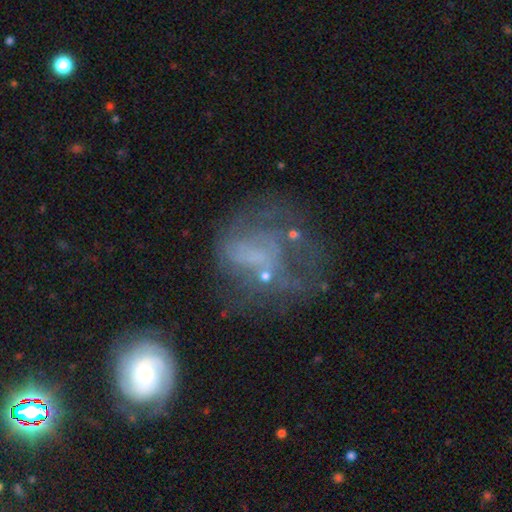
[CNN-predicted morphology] Q: Smooth or featured?
A: featured or disk (55%); runner-up: smooth (28%)
Q: Edge-on disk?
A: no (97%); runner-up: yes (3%)
Q: Bar?
A: no (74%); runner-up: weak (20%)
Q: Spiral arms?
A: no (62%); runner-up: yes (38%)
Q: Bulge size?
A: none (53%); runner-up: small (28%)
Q: Merging?
A: major disturbance (39%); runner-up: none (32%)